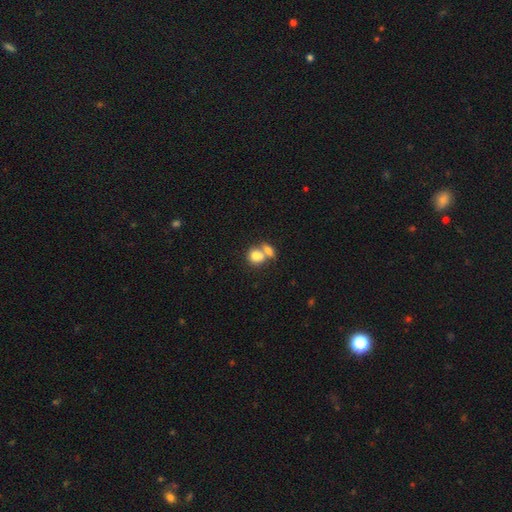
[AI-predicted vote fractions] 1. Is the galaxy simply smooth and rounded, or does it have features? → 77% smooth, 14% featured or disk, 9% star or artifact.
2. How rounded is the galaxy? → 65% round, 34% in between, 2% cigar-shaped.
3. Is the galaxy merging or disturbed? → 59% merger, 30% none, 7% minor disturbance, 3% major disturbance.